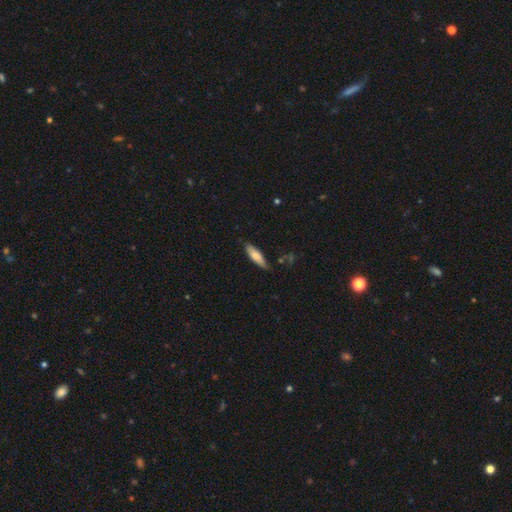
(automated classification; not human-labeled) Overall: smooth (73%). How rounded: cigar-shaped (58%; in between 40%). Merging: none (78%).